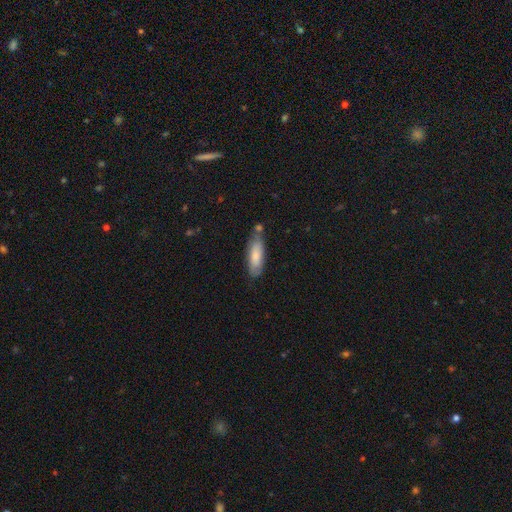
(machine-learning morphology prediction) Q: Smooth or featured?
A: smooth (78%); runner-up: featured or disk (17%)
Q: How rounded?
A: in between (57%); runner-up: cigar-shaped (41%)
Q: Merging?
A: none (65%); runner-up: minor disturbance (21%)